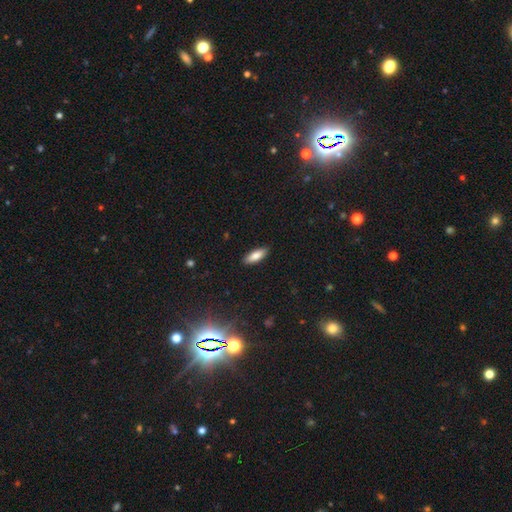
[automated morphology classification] This appears to be a smooth galaxy with no disk features (80%) that is in between round and cigar-shaped (65%). Merging: none (89%).